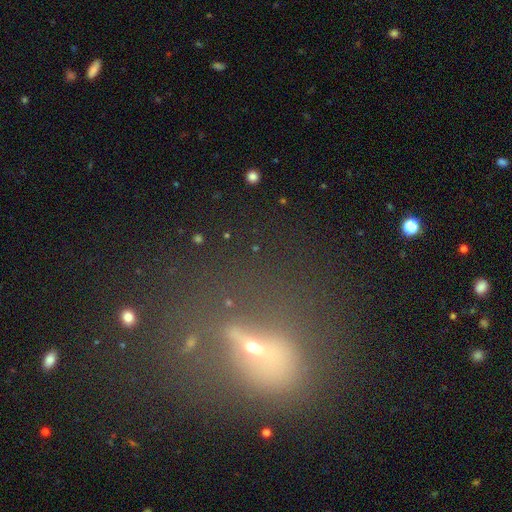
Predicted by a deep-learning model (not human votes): A star or artifact, not a galaxy (39%).

Vote fractions:
- Smooth or featured? star or artifact: 39% / smooth: 37% / featured or disk: 24%